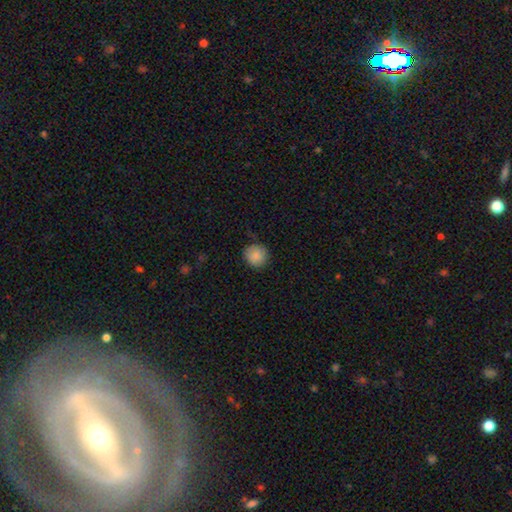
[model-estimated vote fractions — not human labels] Smooth or featured? smooth (88%)
How rounded? round (90%)
Merging? none (82%)